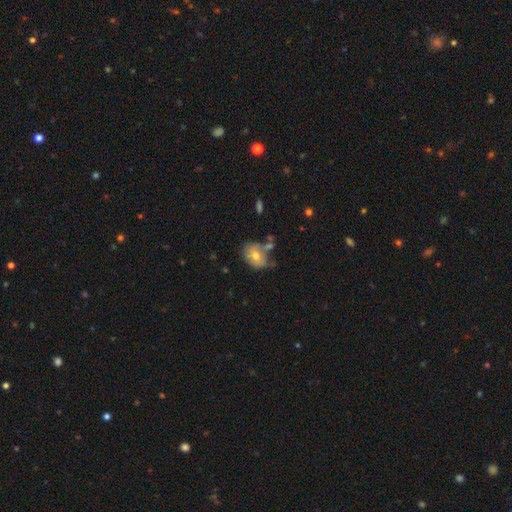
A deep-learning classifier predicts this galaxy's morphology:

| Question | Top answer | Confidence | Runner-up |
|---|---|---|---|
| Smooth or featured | smooth | 63% | featured or disk (28%) |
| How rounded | in between | 65% | round (34%) |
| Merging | none | 51% | minor disturbance (26%) |